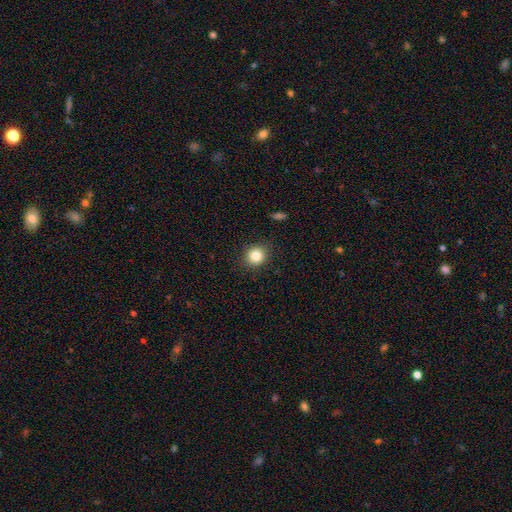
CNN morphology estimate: smooth-or-featured: smooth: 84% | star or artifact: 11% | featured or disk: 6%
  how-rounded: round: 86% | in between: 13% | cigar-shaped: 1%
  merging: none: 88% | minor disturbance: 8% | major disturbance: 3% | merger: 1%